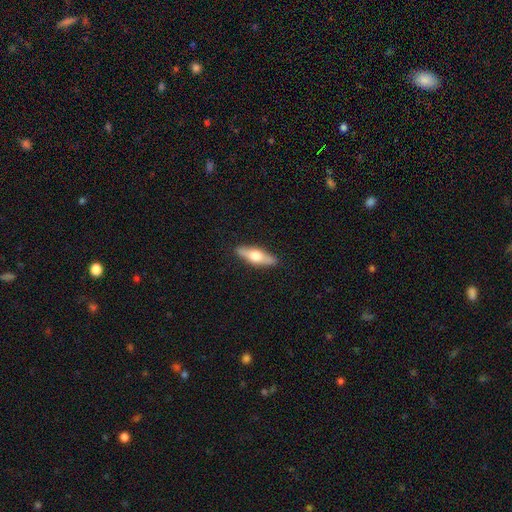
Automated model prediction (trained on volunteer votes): smooth_or_featured: smooth (p=0.49) [alt: featured or disk p=0.46]
merging: none (p=0.90) [alt: minor disturbance p=0.08]